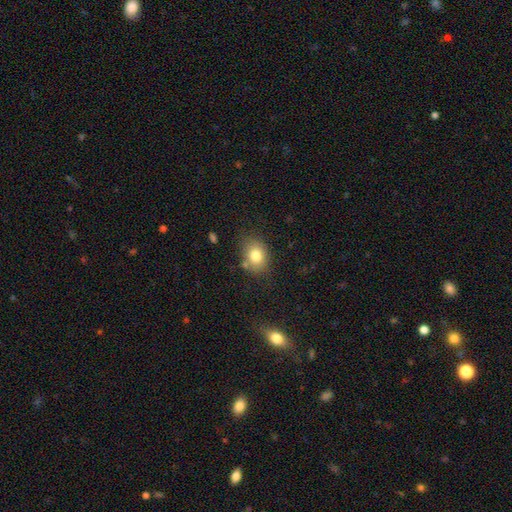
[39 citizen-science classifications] Morphology: type=smooth (77%); roundness=in between (73%); merging=none (53%).